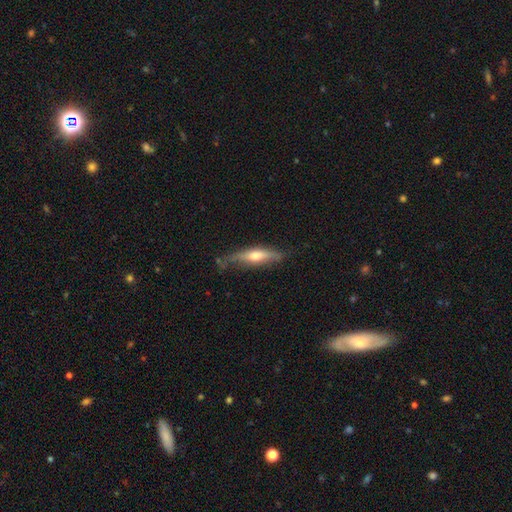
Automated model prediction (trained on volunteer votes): This is possibly a featured or disk galaxy (48%). Merging: likely none (63%).